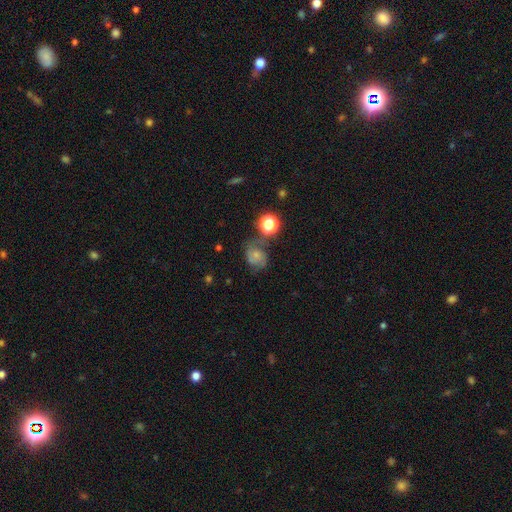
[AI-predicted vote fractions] This appears to be a smooth galaxy with no disk features (46%). Merging: none (50%).